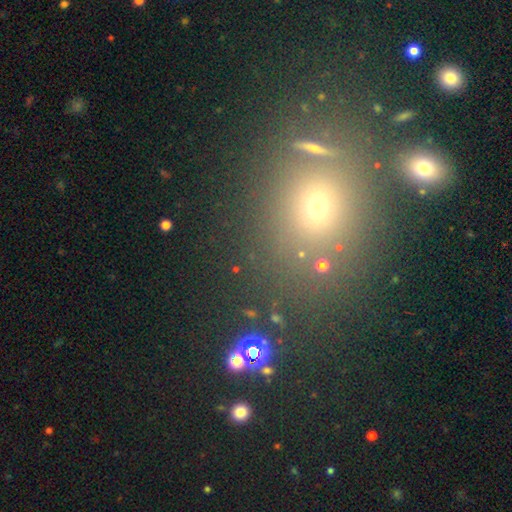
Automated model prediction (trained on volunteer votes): A smooth galaxy with no disk features (47%).

Vote fractions:
- Smooth or featured? smooth: 47% / star or artifact: 41% / featured or disk: 12%
- Merging? none: 74% / minor disturbance: 11% / merger: 10% / major disturbance: 6%